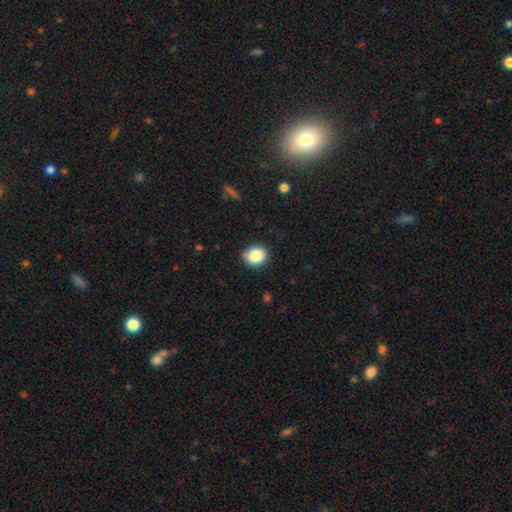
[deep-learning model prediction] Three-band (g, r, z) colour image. It shows a smooth galaxy with no disk features (85%) that is round (82%). Merging: none (86%).